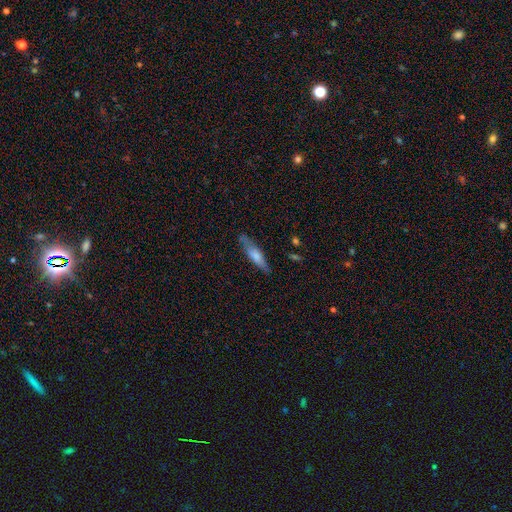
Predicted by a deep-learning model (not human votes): The model was most divided on "smooth or featured": smooth: 61%, featured or disk: 32%, star or artifact: 6%. More confident: merging — none (76%); how rounded — cigar-shaped (74%).